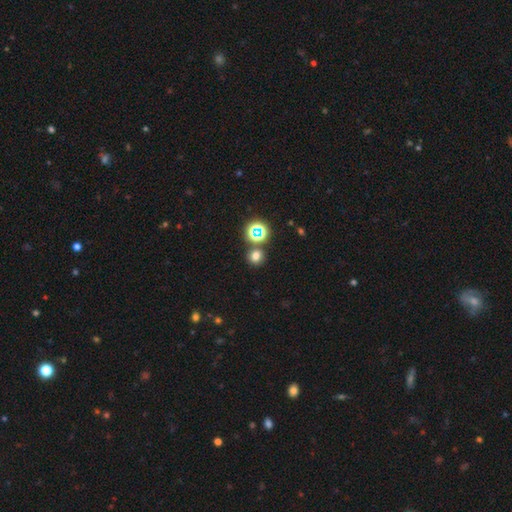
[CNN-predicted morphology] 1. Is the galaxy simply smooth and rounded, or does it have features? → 68% smooth, 25% star or artifact, 7% featured or disk.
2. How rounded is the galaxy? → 84% round, 15% in between, 1% cigar-shaped.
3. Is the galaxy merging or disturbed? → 76% none, 13% merger, 8% minor disturbance, 3% major disturbance.